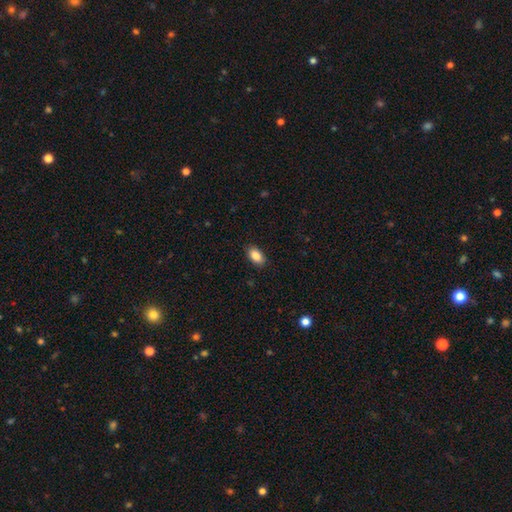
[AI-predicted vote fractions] smooth-or-featured: smooth: 88% | star or artifact: 8% | featured or disk: 4%
  how-rounded: in between: 92% | round: 5% | cigar-shaped: 2%
  merging: none: 88% | minor disturbance: 9% | major disturbance: 2% | merger: 1%